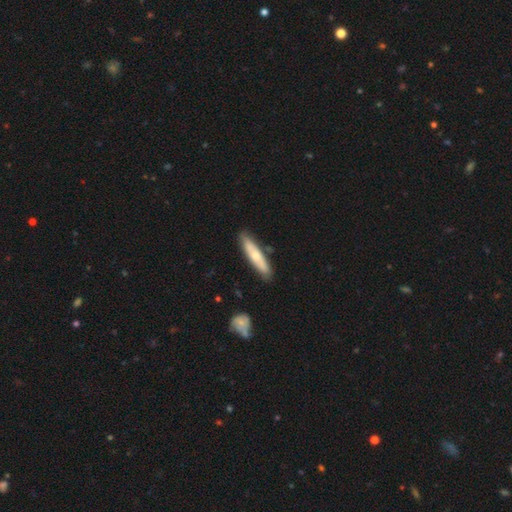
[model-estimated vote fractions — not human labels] Smooth or featured? smooth (57%)
How rounded? cigar-shaped (82%)
Merging? none (84%)